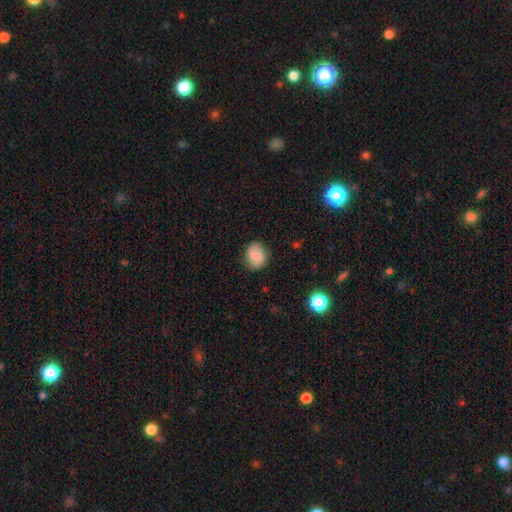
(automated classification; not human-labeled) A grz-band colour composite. It shows a smooth galaxy with no disk features (71%) that is round (67%). Merging: none (82%).